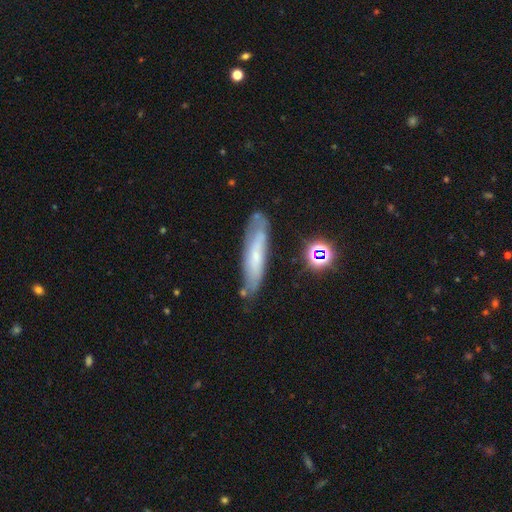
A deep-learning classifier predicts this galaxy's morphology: This appears to be a featured or disk galaxy (48%). Merging: none (70%).